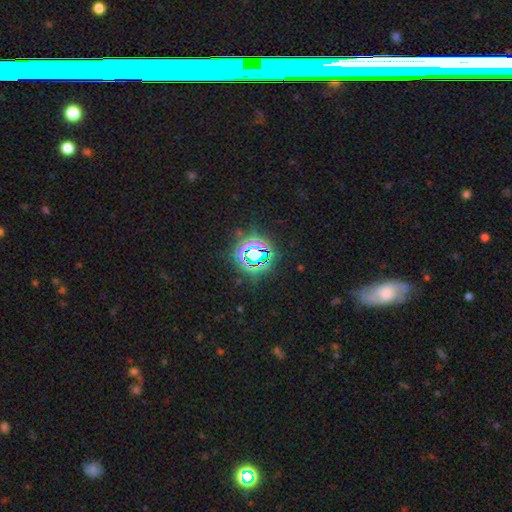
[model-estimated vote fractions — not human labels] The model was most divided on "smooth or featured": star or artifact: 76%, smooth: 15%, featured or disk: 9%.